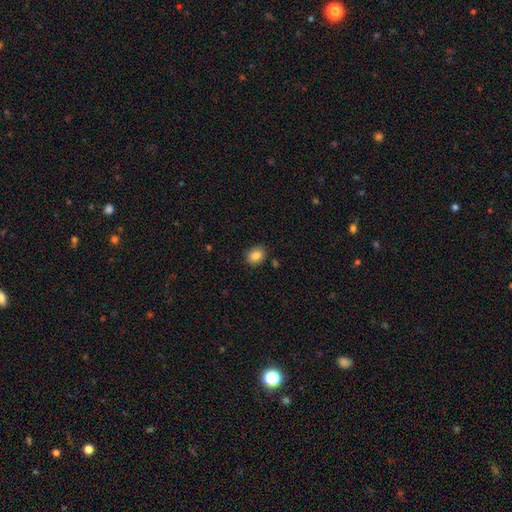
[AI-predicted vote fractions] This is clearly a smooth galaxy (85%). How rounded: possibly round (54%). Merging: clearly none (86%).